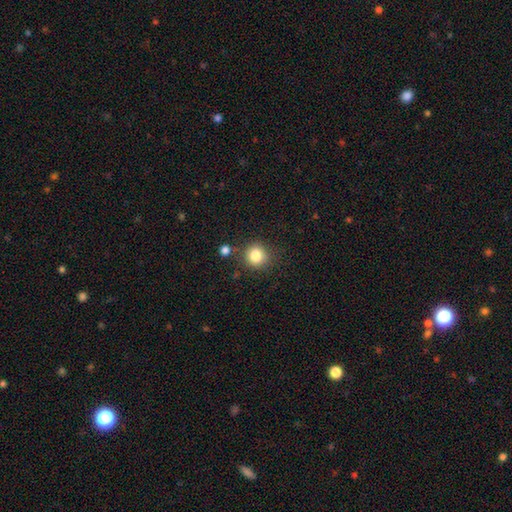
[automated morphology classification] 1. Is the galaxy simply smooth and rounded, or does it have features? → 84% smooth, 11% star or artifact, 6% featured or disk.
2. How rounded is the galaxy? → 90% round, 10% in between, 1% cigar-shaped.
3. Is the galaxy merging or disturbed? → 79% none, 11% minor disturbance, 6% merger, 4% major disturbance.